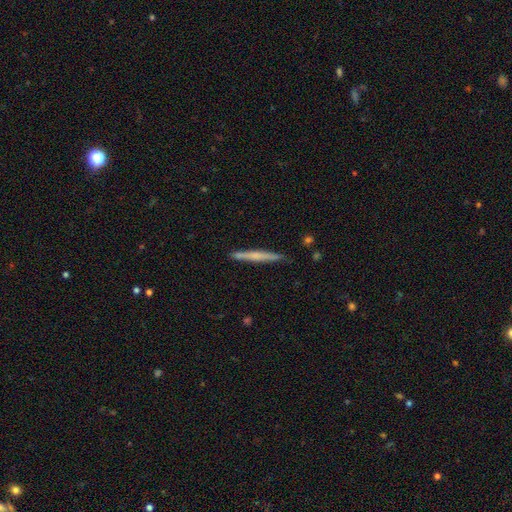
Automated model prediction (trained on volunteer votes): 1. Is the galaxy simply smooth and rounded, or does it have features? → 48% featured or disk, 46% smooth, 6% star or artifact.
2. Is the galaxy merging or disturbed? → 89% none, 8% minor disturbance, 2% merger, 1% major disturbance.